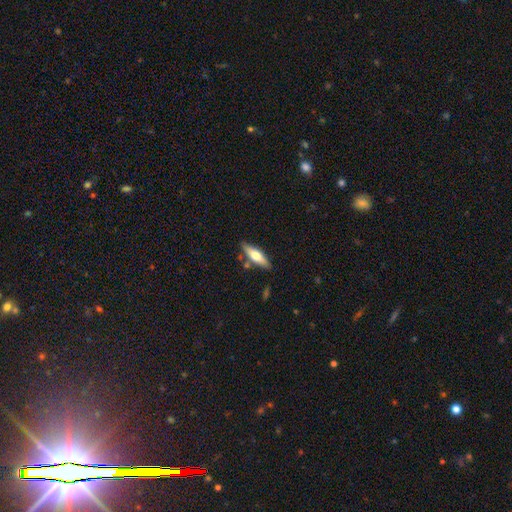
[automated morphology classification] A smooth galaxy with no disk features (56%) that is cigar-shaped (53%). Merging: none (79%).